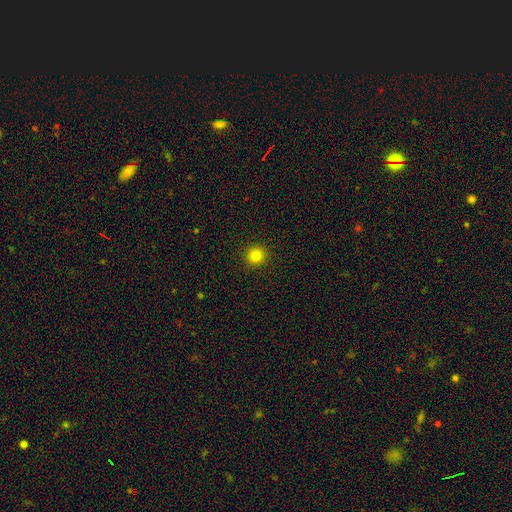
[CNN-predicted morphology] Smooth or featured: smooth — 82% (star or artifact — 13%)
How rounded: round — 95% (in between — 4%)
Merging: none — 93% (minor disturbance — 4%)